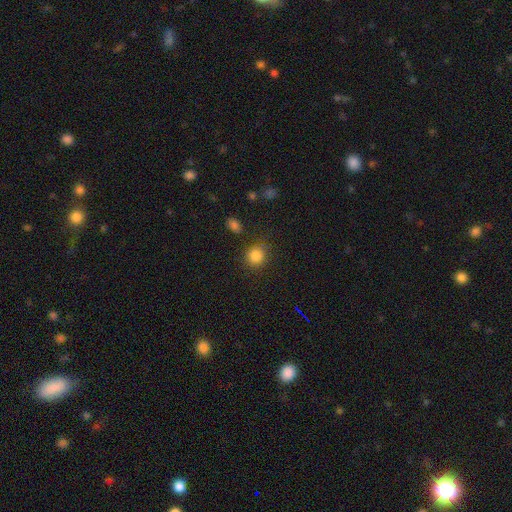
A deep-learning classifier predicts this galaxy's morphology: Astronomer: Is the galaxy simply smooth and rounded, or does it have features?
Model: smooth — 84%.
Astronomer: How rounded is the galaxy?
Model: round — 89%.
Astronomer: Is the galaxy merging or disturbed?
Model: none — 82%.